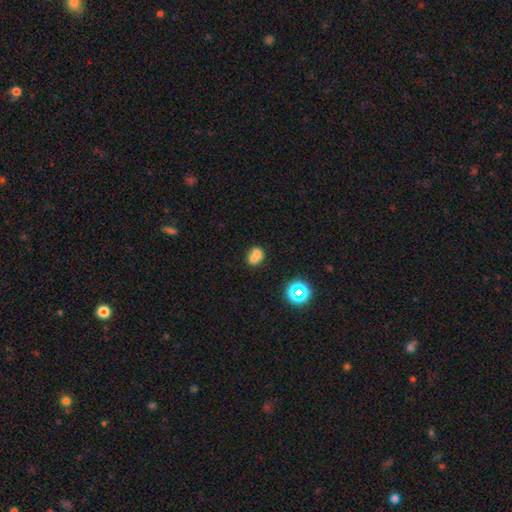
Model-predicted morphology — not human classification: This is likely a smooth galaxy (69%). How rounded: possibly round (59%). Merging: possibly merger (51%).